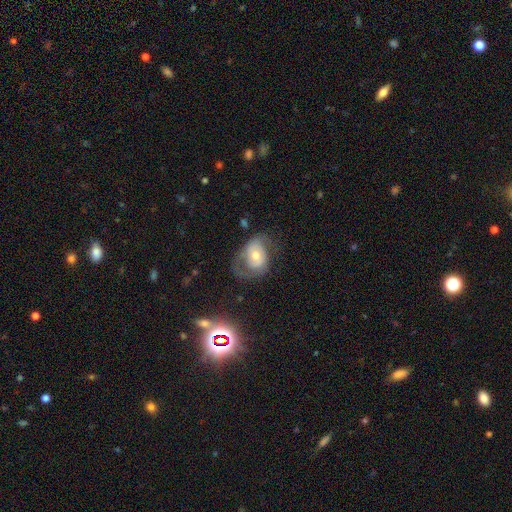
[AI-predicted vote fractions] smooth_or_featured: featured or disk (p=0.58) [alt: smooth p=0.32]
disk_edge_on: no (p=0.95) [alt: yes p=0.05]
bar: no (p=0.66) [alt: weak p=0.23]
has_spiral_arms: yes (p=0.68) [alt: no p=0.32]
bulge_size: moderate (p=0.57) [alt: small p=0.33]
merging: none (p=0.45) [alt: major disturbance p=0.29]